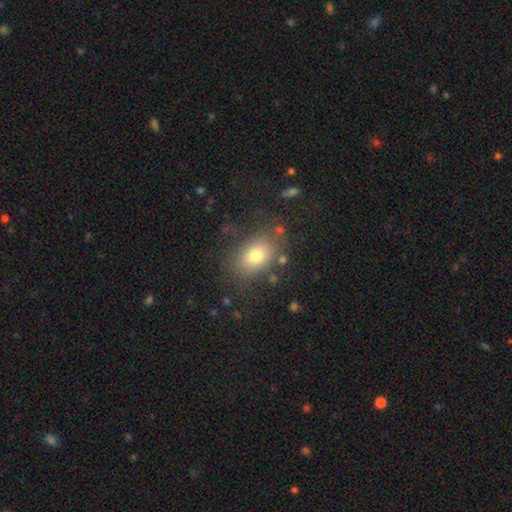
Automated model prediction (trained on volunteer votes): A smooth galaxy with no disk features (77%) that is in between round and cigar-shaped (74%). Merging: none (77%).